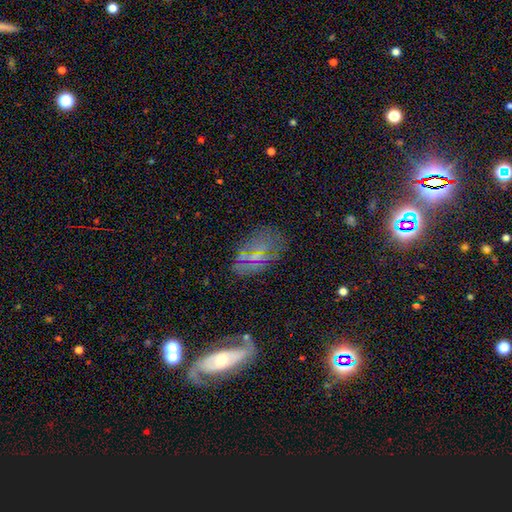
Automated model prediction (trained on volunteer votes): Smooth or featured?
  - featured or disk: 40% *
  - smooth: 35%
  - star or artifact: 26%
Merging?
  - none: 65% *
  - minor disturbance: 19%
  - major disturbance: 12%
  - merger: 4%